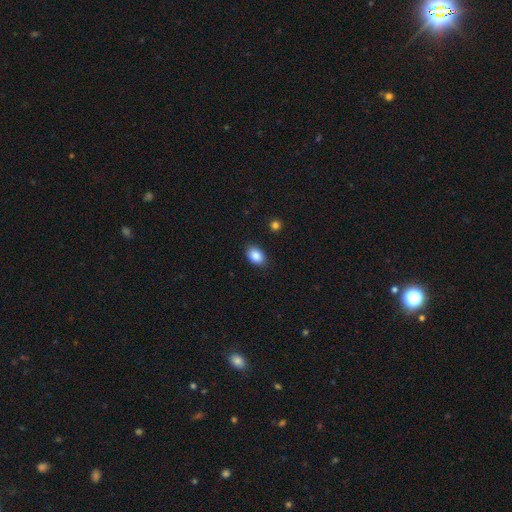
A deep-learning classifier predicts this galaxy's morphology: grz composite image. It shows a smooth galaxy with no disk features (88%) that is in between round and cigar-shaped (81%). Merging: none (87%).